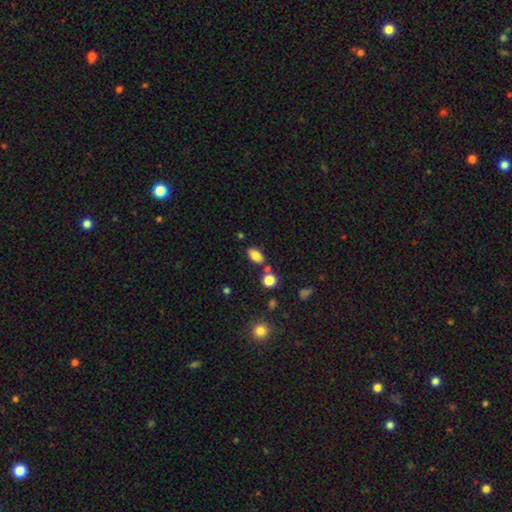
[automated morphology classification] smooth_or_featured: smooth (p=0.82) [alt: star or artifact p=0.10]
how_rounded: in between (p=0.88) [alt: round p=0.07]
merging: none (p=0.75) [alt: minor disturbance p=0.12]